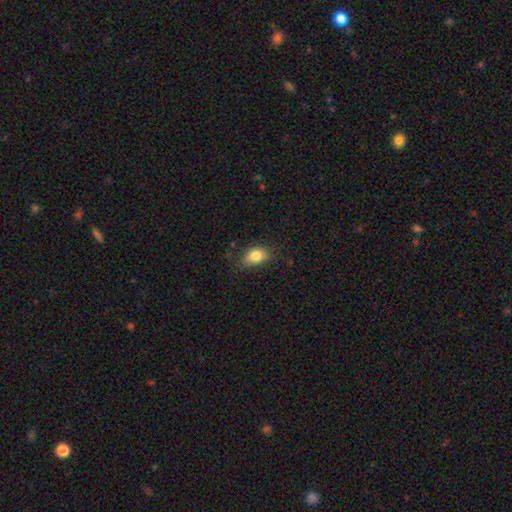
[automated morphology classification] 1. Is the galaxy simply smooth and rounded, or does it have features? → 82% smooth, 9% star or artifact, 9% featured or disk.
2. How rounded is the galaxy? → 74% in between, 24% round, 1% cigar-shaped.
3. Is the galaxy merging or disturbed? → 72% none, 22% minor disturbance, 5% major disturbance, 2% merger.